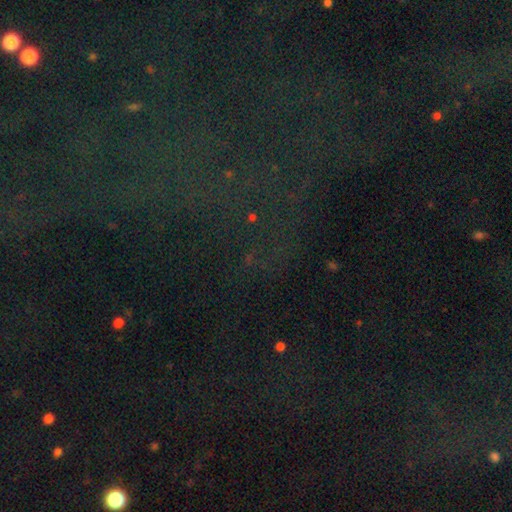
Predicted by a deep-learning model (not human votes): star or artifact 78%, smooth 12%, featured or disk 10%.